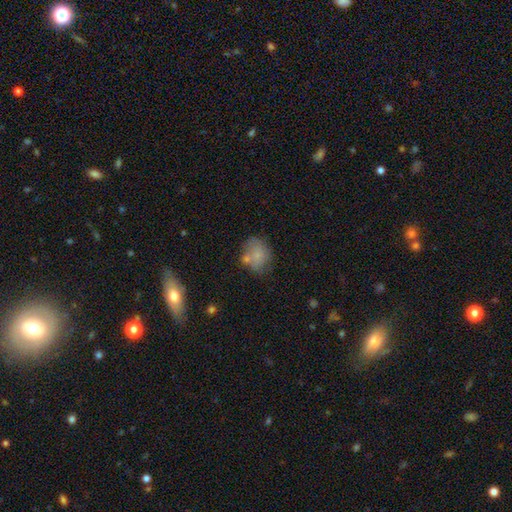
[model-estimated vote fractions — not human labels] Overall: smooth (71%). How rounded: round (62%; in between 36%). Merging: none (52%; minor disturbance 22%).